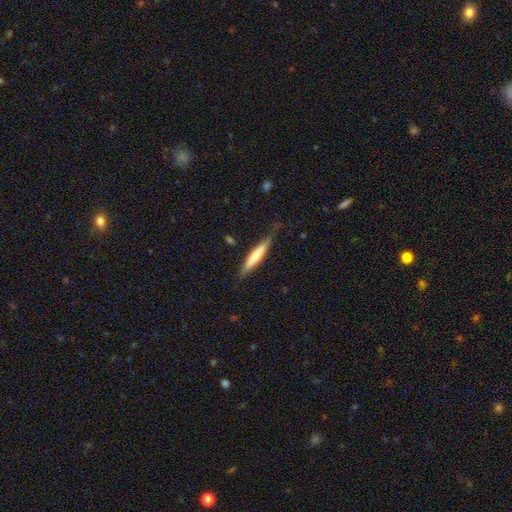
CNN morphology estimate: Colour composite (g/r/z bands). It shows a smooth galaxy with no disk features (59%) that is cigar-shaped (86%). Merging: none (71%).